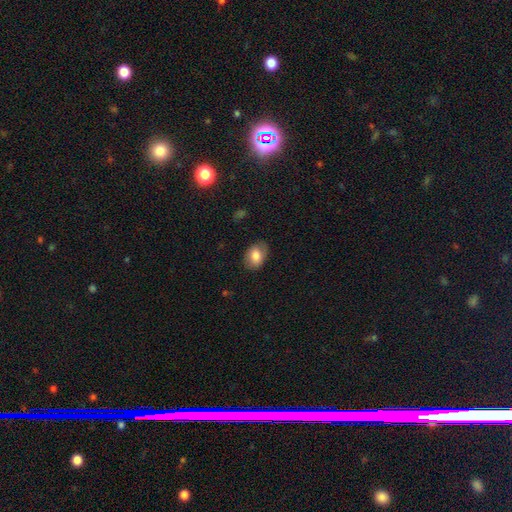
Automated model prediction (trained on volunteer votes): A smooth galaxy with no disk features (79%) that is in between round and cigar-shaped (82%). Merging: none (77%).